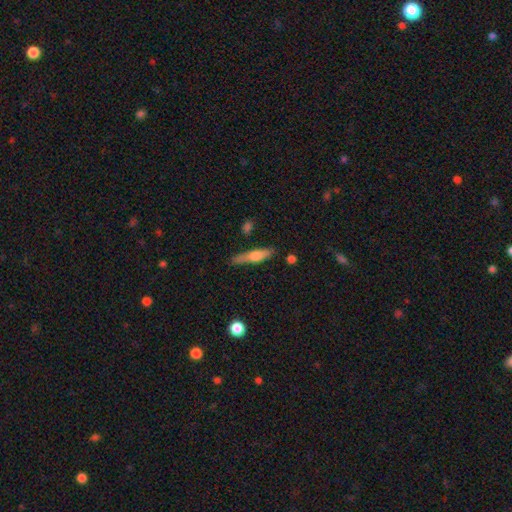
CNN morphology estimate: smooth 58%, featured or disk 36%, star or artifact 7%. Down the decision tree: how rounded — cigar-shaped (80%); merging — none (75%).